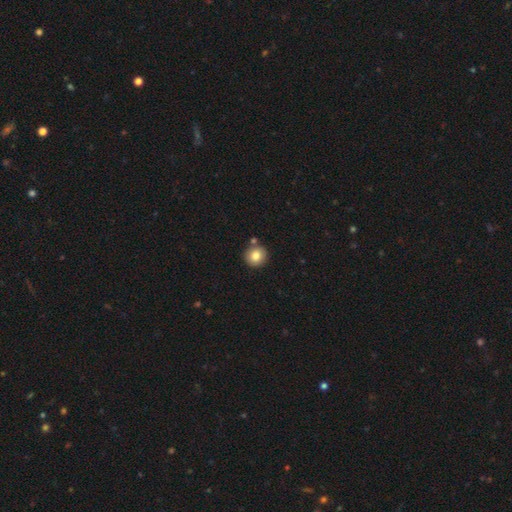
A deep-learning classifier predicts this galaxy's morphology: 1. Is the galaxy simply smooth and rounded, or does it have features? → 83% smooth, 9% star or artifact, 7% featured or disk.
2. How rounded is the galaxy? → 92% round, 7% in between, 1% cigar-shaped.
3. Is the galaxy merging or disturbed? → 80% none, 10% merger, 8% minor disturbance, 2% major disturbance.